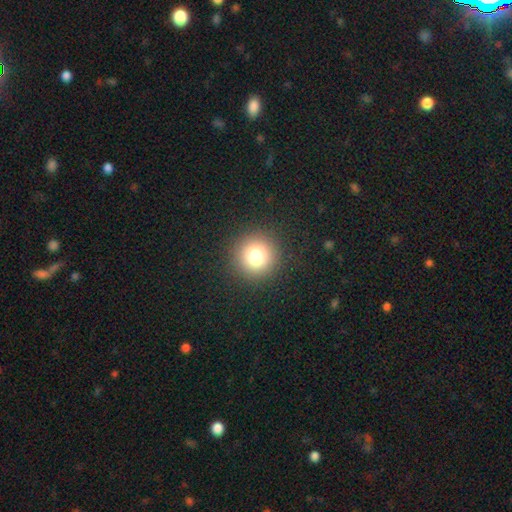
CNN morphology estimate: smooth 78%, star or artifact 14%, featured or disk 8%. Down the decision tree: how rounded — round (95%); merging — none (91%).